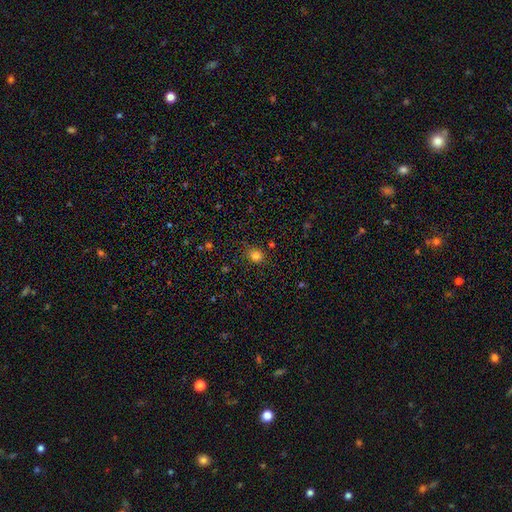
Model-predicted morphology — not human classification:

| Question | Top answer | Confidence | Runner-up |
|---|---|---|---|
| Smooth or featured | smooth | 80% | star or artifact (15%) |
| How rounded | round | 69% | in between (30%) |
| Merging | none | 79% | minor disturbance (14%) |